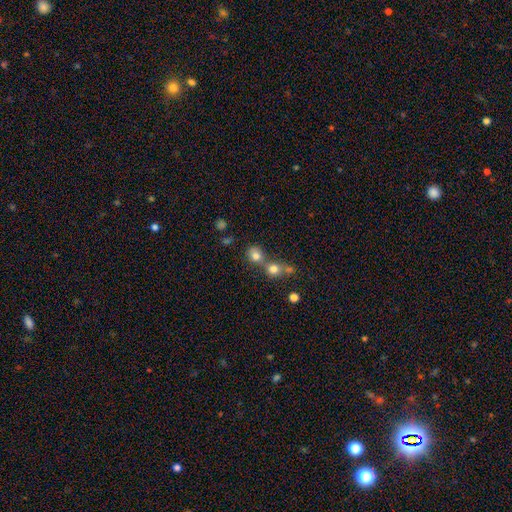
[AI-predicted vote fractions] smooth_or_featured: smooth (p=0.77) [alt: star or artifact p=0.13]
how_rounded: round (p=0.77) [alt: in between p=0.22]
merging: merger (p=0.46) [alt: none p=0.43]